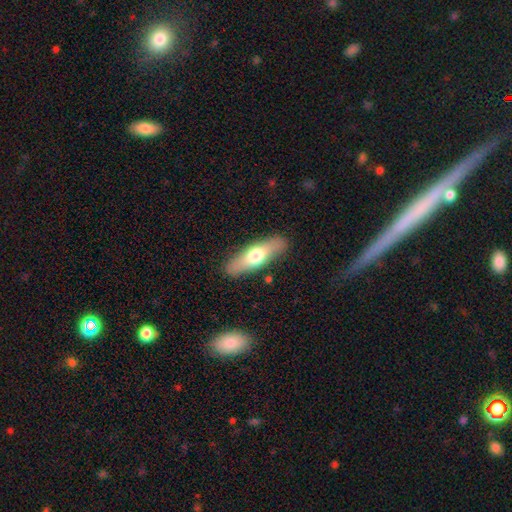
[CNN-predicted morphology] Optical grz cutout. It shows a smooth galaxy with no disk features (60%) that is cigar-shaped (51%). Merging: none (87%).